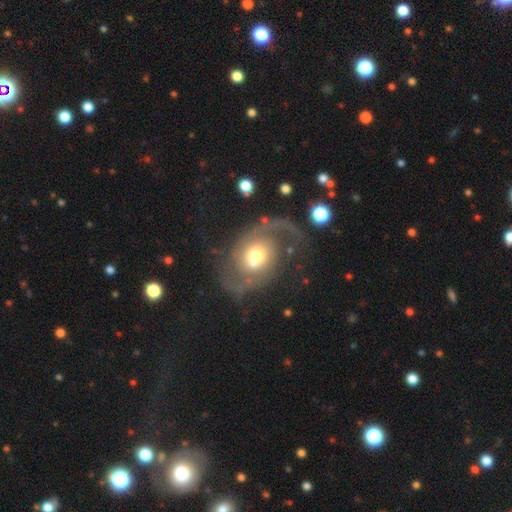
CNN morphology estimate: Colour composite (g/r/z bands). It shows a featured or disk galaxy (77%) with no bar (68%), 2 (81%) loose (46%) spiral arms (89%) and a moderate central bulge (59%). Merging: none (51%).